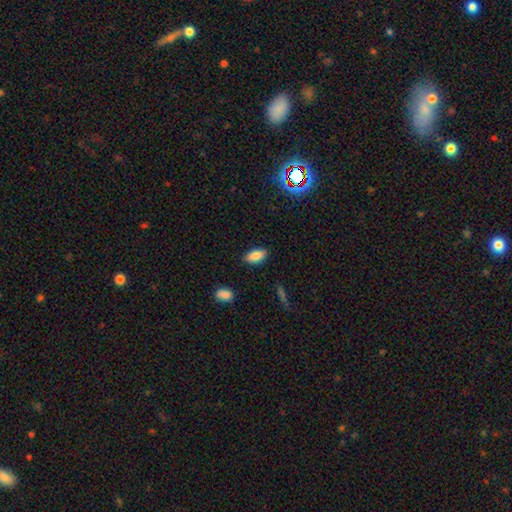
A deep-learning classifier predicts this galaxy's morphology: A smooth galaxy with no disk features (85%) that is in between round and cigar-shaped (90%). Merging: none (86%).